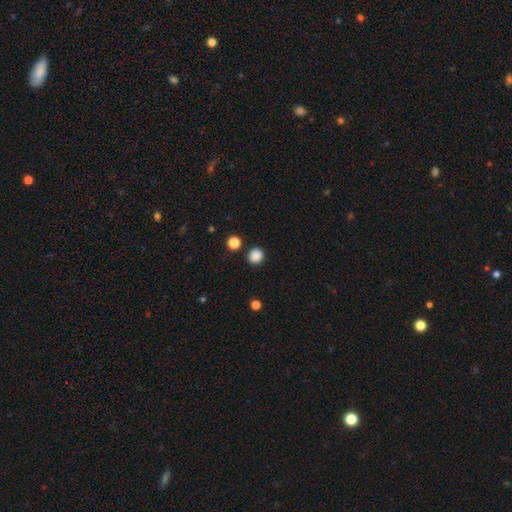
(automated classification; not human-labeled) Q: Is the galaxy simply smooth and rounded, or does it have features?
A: smooth — 86%.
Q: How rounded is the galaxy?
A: round — 90%.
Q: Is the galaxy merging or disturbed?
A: none — 89%.